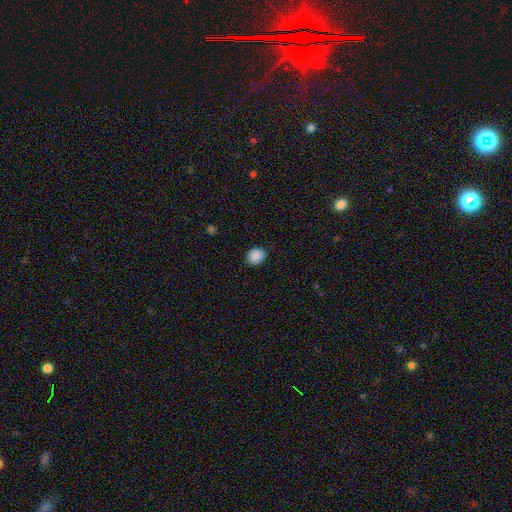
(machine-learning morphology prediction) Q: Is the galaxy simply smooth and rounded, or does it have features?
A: smooth — 88%.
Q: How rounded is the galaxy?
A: round — 67%.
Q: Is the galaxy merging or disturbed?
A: none — 88%.